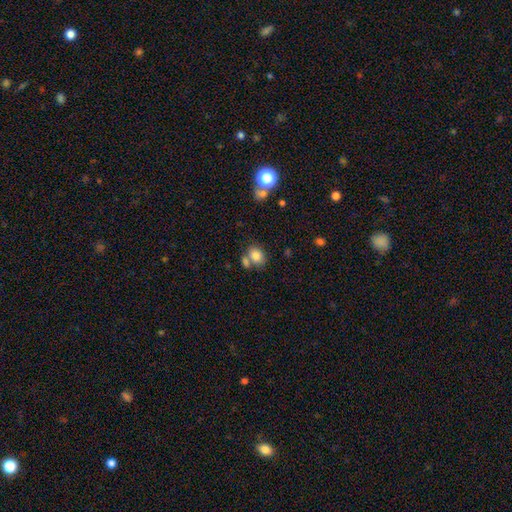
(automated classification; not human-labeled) Q: Smooth or featured?
A: smooth (81%); runner-up: star or artifact (10%)
Q: How rounded?
A: in between (57%); runner-up: round (42%)
Q: Merging?
A: none (50%); runner-up: merger (32%)